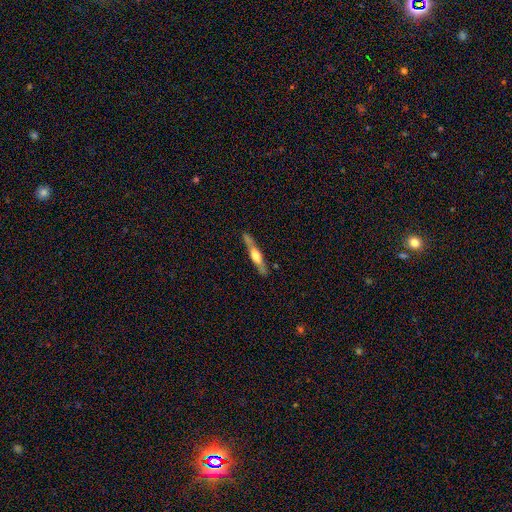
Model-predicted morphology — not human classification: Smooth or featured?
  - featured or disk: 65% *
  - smooth: 30%
  - star or artifact: 5%
Edge-on disk?
  - yes: 95% *
  - no: 5%
Edge-on bulge?
  - rounded: 78% *
  - boxy: 17%
  - none: 6%
Merging?
  - none: 80% *
  - minor disturbance: 14%
  - merger: 3%
  - major disturbance: 3%